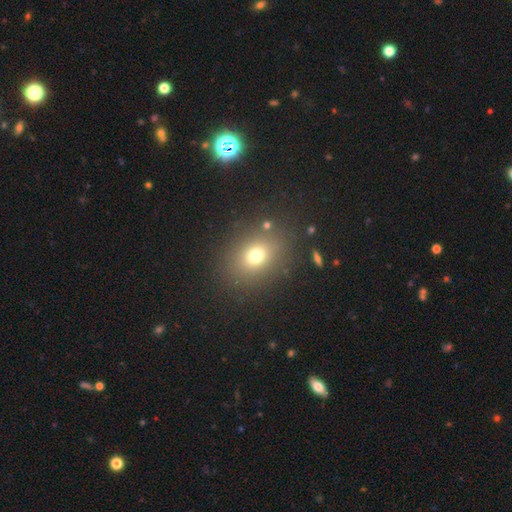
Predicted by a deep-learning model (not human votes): Smooth or featured: smooth — 71% (star or artifact — 18%)
How rounded: round — 53% (in between — 46%)
Merging: none — 83% (minor disturbance — 9%)